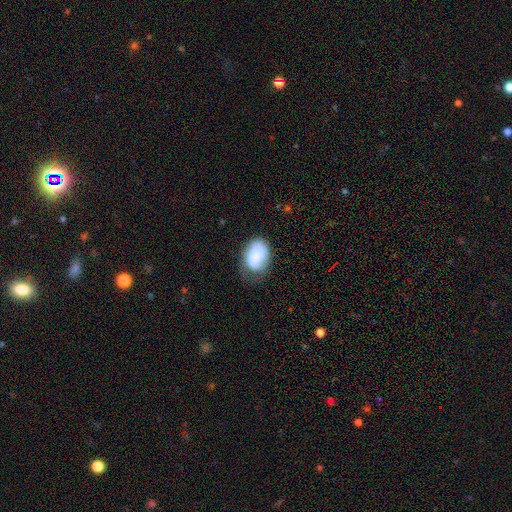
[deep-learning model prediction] smooth-or-featured: smooth: 62% | featured or disk: 30% | star or artifact: 8%
  how-rounded: in between: 78% | round: 21% | cigar-shaped: 1%
  merging: none: 43% | minor disturbance: 36% | major disturbance: 18% | merger: 3%